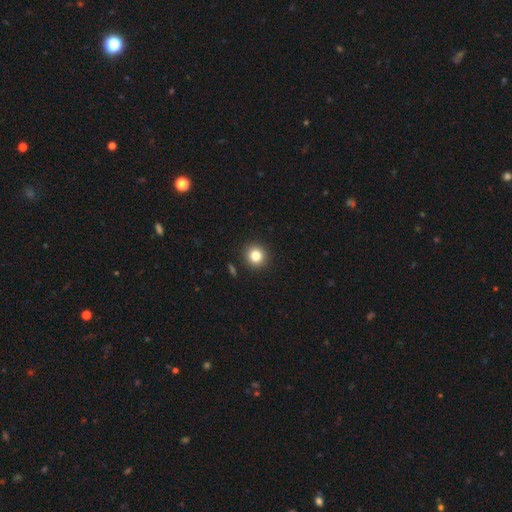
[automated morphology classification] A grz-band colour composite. It shows a smooth galaxy with no disk features (82%) that is round (91%). Merging: none (91%).